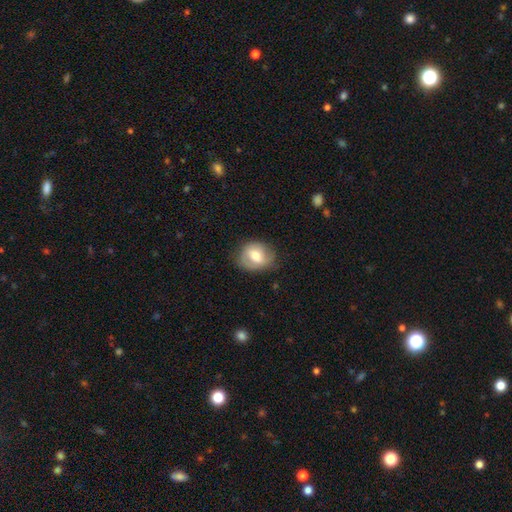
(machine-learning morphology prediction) A smooth galaxy with no disk features (62%) that is round (55%).

Vote fractions:
- Smooth or featured? smooth: 62% / featured or disk: 30% / star or artifact: 7%
- How rounded? round: 55% / in between: 44% / cigar-shaped: 1%
- Merging? none: 70% / minor disturbance: 22% / major disturbance: 6% / merger: 1%